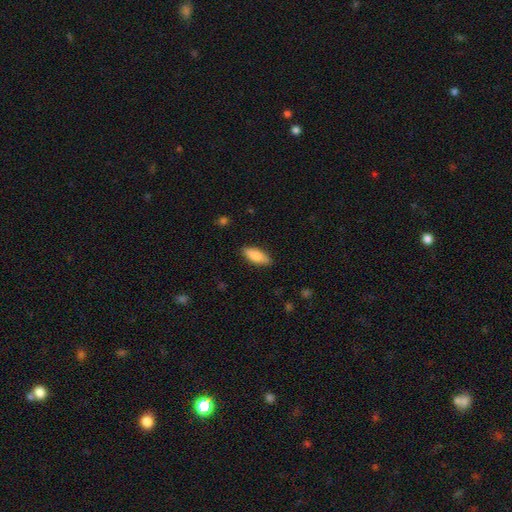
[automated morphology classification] Smooth or featured? Predicted: smooth (p=0.82). How rounded? Predicted: in between (p=0.73). Merging? Predicted: none (p=0.86).